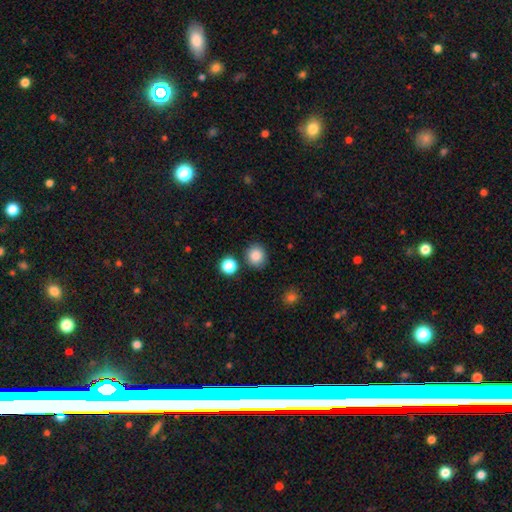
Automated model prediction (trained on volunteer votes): The model was most divided on "how rounded": round: 87%, in between: 13%, cigar-shaped: 1%. More confident: smooth or featured — smooth (86%); merging — none (85%).